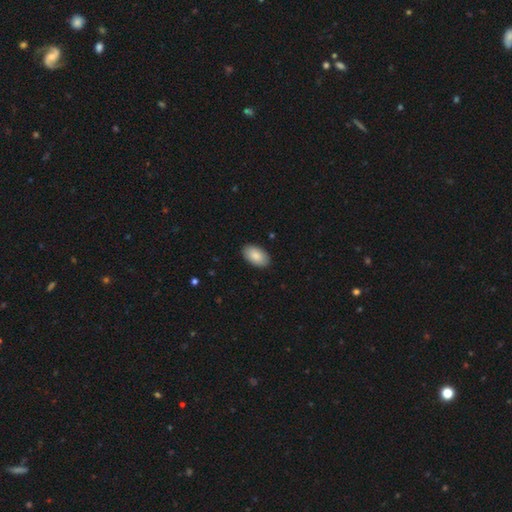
Volunteers were most divided on "smooth or featured": smooth: 87%, featured or disk: 8%, star or artifact: 5%. More confident: how rounded — in between (100%); merging — none (92%).